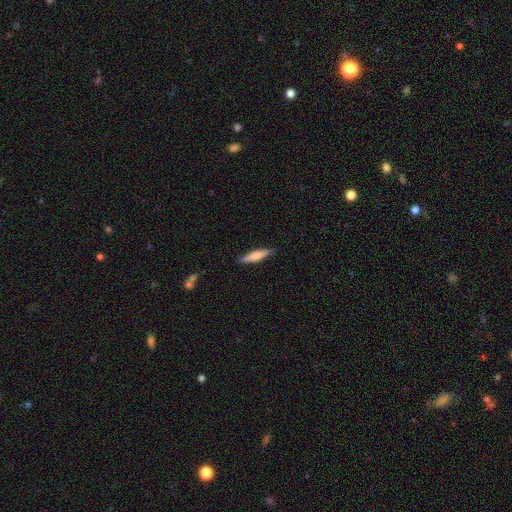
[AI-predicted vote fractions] The model was most divided on "smooth or featured": smooth: 65%, featured or disk: 30%, star or artifact: 6%. More confident: merging — none (88%); how rounded — cigar-shaped (83%).